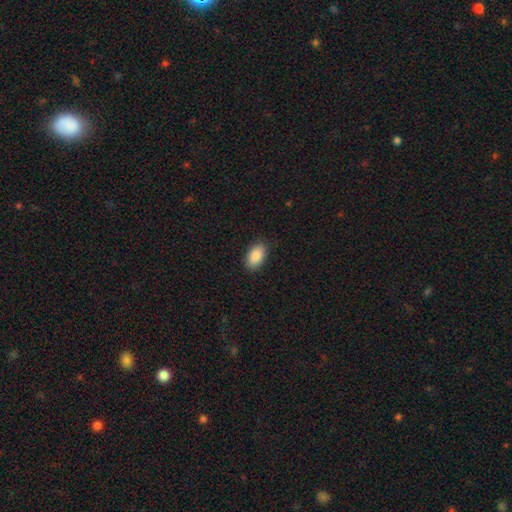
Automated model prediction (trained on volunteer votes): A smooth galaxy with no disk features (89%) that is in between round and cigar-shaped (93%). Merging: none (88%).